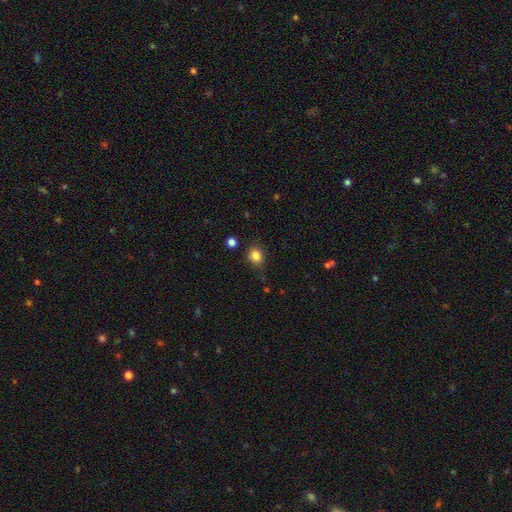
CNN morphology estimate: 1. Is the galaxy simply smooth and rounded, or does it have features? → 84% smooth, 11% star or artifact, 5% featured or disk.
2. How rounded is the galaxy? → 63% round, 36% in between, 1% cigar-shaped.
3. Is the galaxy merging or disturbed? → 81% none, 13% minor disturbance, 3% major disturbance, 2% merger.